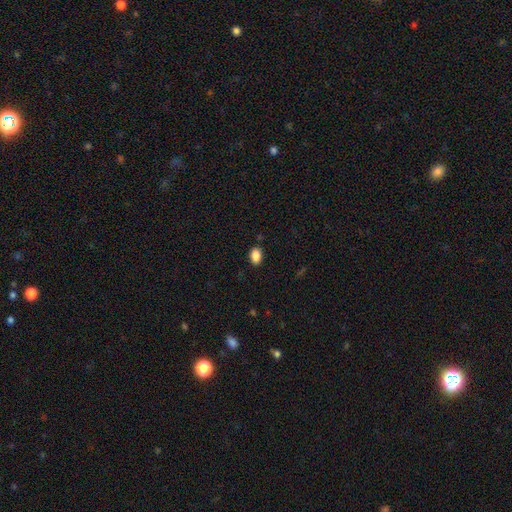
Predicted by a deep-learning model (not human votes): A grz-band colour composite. It shows a smooth galaxy with no disk features (87%) that is in between round and cigar-shaped (89%). Merging: none (87%).